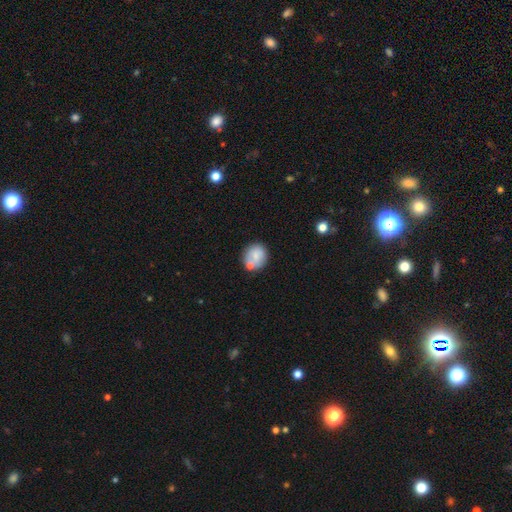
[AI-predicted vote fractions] smooth-or-featured: smooth: 74% | featured or disk: 19% | star or artifact: 8%
  how-rounded: round: 80% | in between: 19% | cigar-shaped: 1%
  merging: none: 63% | merger: 16% | minor disturbance: 16% | major disturbance: 5%